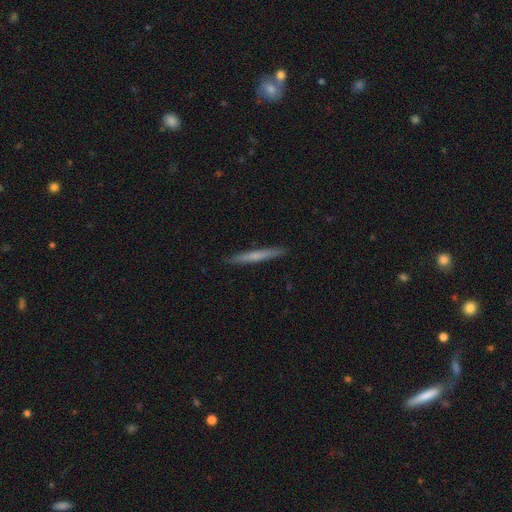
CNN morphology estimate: Q: Smooth or featured?
A: smooth (58%); runner-up: featured or disk (36%)
Q: How rounded?
A: cigar-shaped (97%); runner-up: in between (2%)
Q: Merging?
A: none (92%); runner-up: minor disturbance (6%)